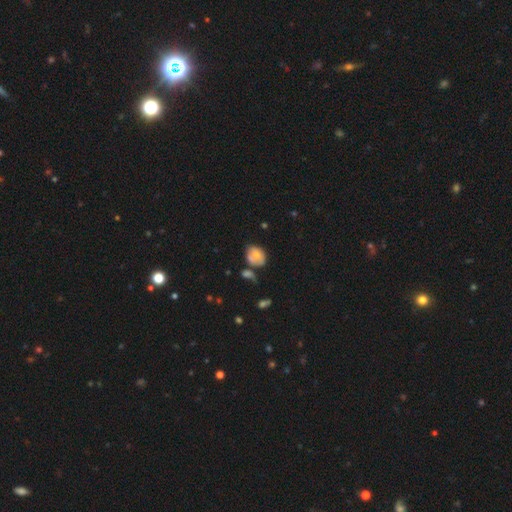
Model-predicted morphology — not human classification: Smooth or featured: smooth — 62% (featured or disk — 29%)
How rounded: in between — 64% (round — 34%)
Merging: none — 39% (merger — 26%)